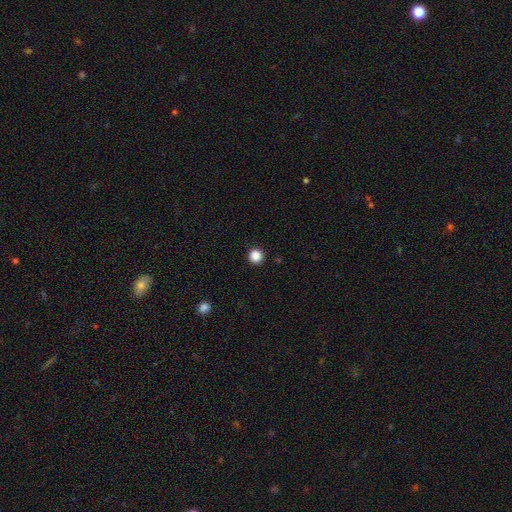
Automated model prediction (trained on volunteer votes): Smooth or featured?
  - smooth: 87% *
  - star or artifact: 11%
  - featured or disk: 3%
How rounded?
  - round: 96% *
  - in between: 3%
  - cigar-shaped: 1%
Merging?
  - none: 93% *
  - minor disturbance: 4%
  - major disturbance: 2%
  - merger: 1%